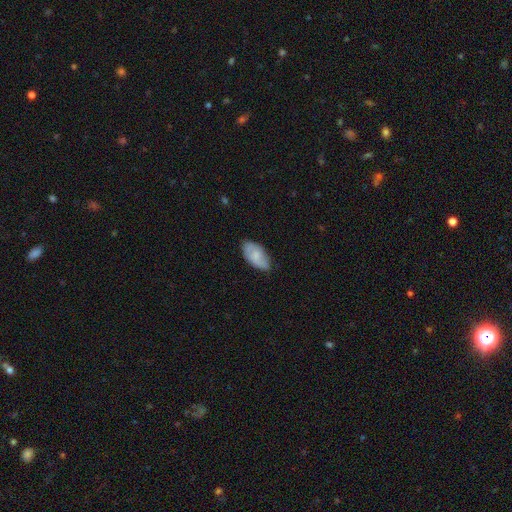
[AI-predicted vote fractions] A smooth galaxy with no disk features (71%) that is in between round and cigar-shaped (94%). Merging: none (74%).